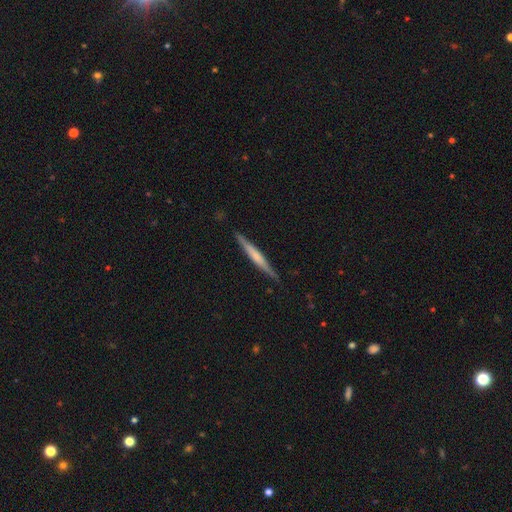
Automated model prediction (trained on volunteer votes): A featured or disk galaxy (55%) viewed edge-on (97%) with no central bulge (44%).

Vote fractions:
- Smooth or featured? featured or disk: 55% / smooth: 40% / star or artifact: 5%
- Edge-on disk? yes: 97% / no: 3%
- Edge-on bulge? none: 44% / rounded: 32% / boxy: 24%
- Merging? none: 89% / minor disturbance: 9% / major disturbance: 2% / merger: 1%